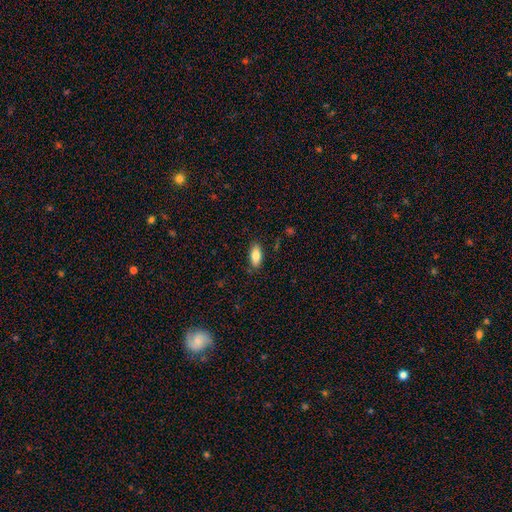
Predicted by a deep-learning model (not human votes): smooth 84%, featured or disk 9%, star or artifact 7%. Down the decision tree: how rounded — in between (84%); merging — none (85%).